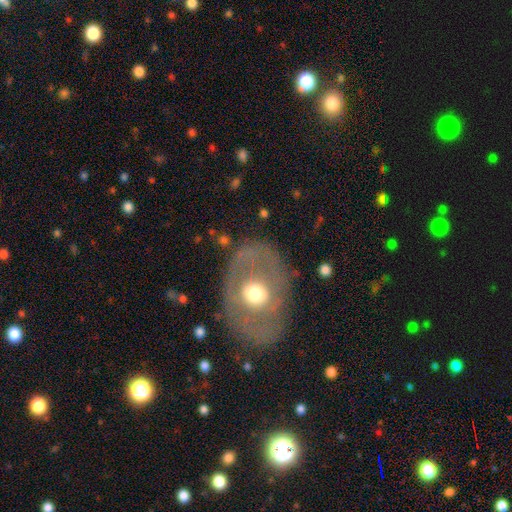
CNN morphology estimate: Q: Smooth or featured?
A: featured or disk (53%); runner-up: smooth (40%)
Q: Edge-on disk?
A: no (92%); runner-up: yes (8%)
Q: Merging?
A: none (76%); runner-up: minor disturbance (15%)